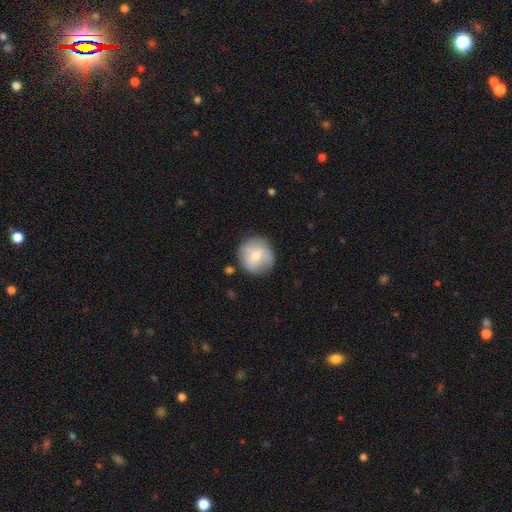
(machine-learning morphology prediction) smooth_or_featured: smooth (p=0.62) [alt: featured or disk p=0.31]
how_rounded: round (p=0.92) [alt: in between p=0.07]
merging: none (p=0.78) [alt: minor disturbance p=0.15]